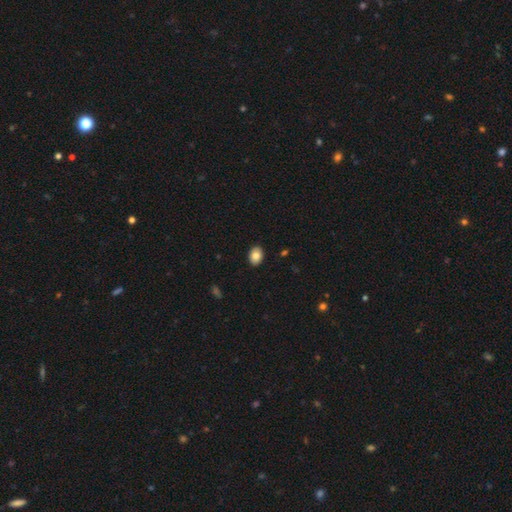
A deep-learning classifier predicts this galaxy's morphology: type=smooth (83%); roundness=in between (76%); merging=none (90%).